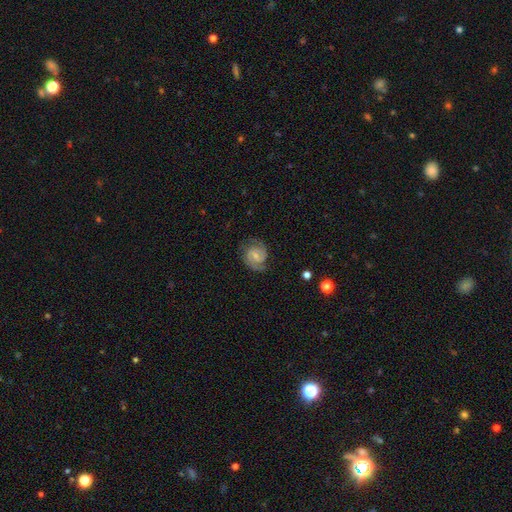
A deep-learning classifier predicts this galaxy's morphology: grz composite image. It shows a featured or disk galaxy (83%) with a weak bar (53%), 2 (86%) medium (49%) spiral arms (97%) and a small central bulge (61%). Merging: none (77%).